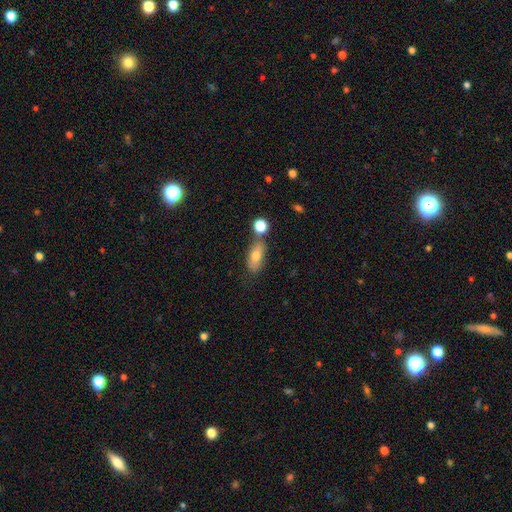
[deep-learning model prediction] A smooth galaxy with no disk features (71%) that is in between round and cigar-shaped (79%). Merging: none (59%).